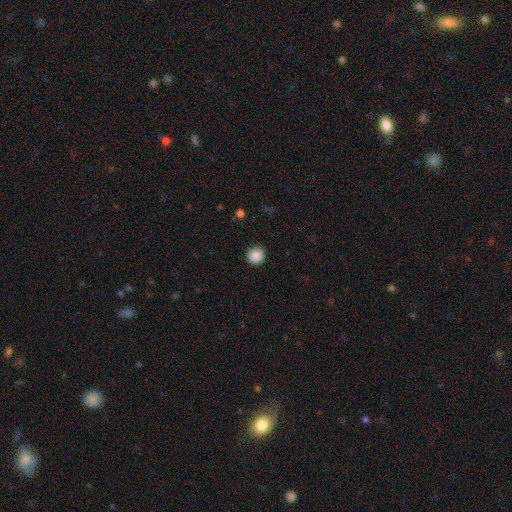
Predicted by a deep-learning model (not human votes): The model was most divided on "smooth or featured": smooth: 88%, star or artifact: 9%, featured or disk: 3%. More confident: how rounded — round (94%); merging — none (92%).